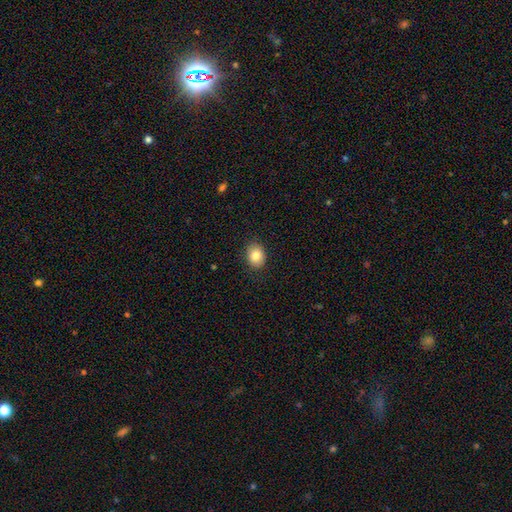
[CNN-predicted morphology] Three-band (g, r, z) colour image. It shows a smooth galaxy with no disk features (84%) that is in between round and cigar-shaped (57%). Merging: none (88%).